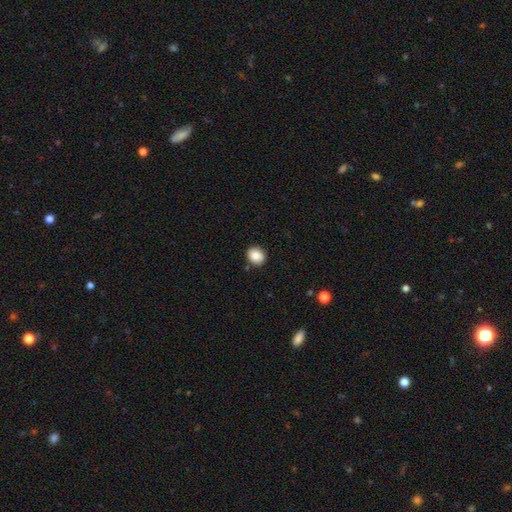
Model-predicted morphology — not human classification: type=smooth (87%); roundness=round (62%); merging=none (86%).